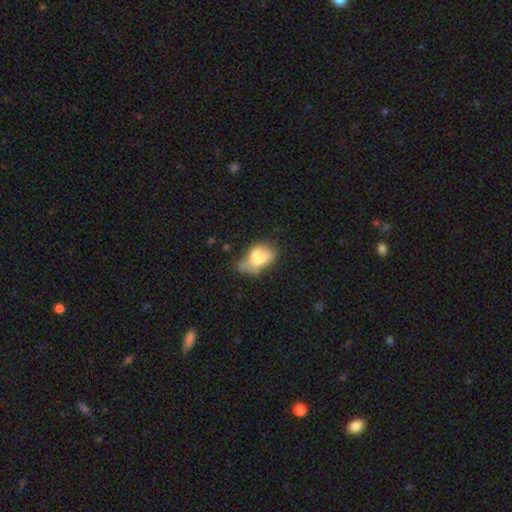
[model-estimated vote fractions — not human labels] Morphology: type=smooth (55%); roundness=in between (83%); merging=merger (35%).